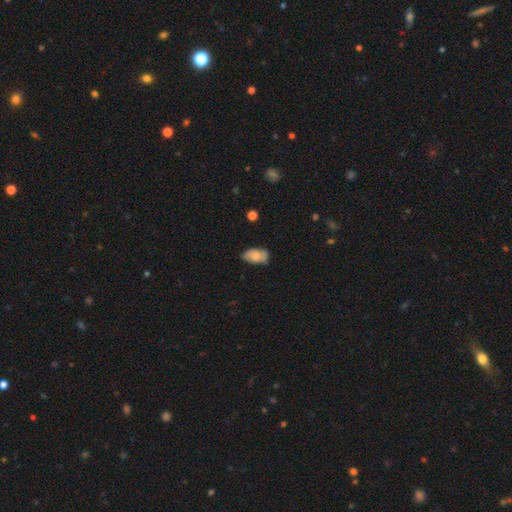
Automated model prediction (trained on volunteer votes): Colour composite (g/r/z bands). It shows a smooth galaxy with no disk features (65%) that is in between round and cigar-shaped (92%). Merging: none (67%).